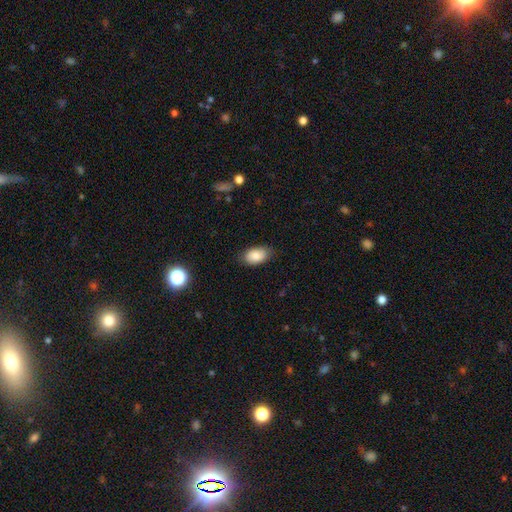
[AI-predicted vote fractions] Smooth or featured?
  - smooth: 85% *
  - featured or disk: 7%
  - star or artifact: 7%
How rounded?
  - in between: 93% *
  - round: 6%
  - cigar-shaped: 2%
Merging?
  - none: 81% *
  - minor disturbance: 15%
  - major disturbance: 3%
  - merger: 1%